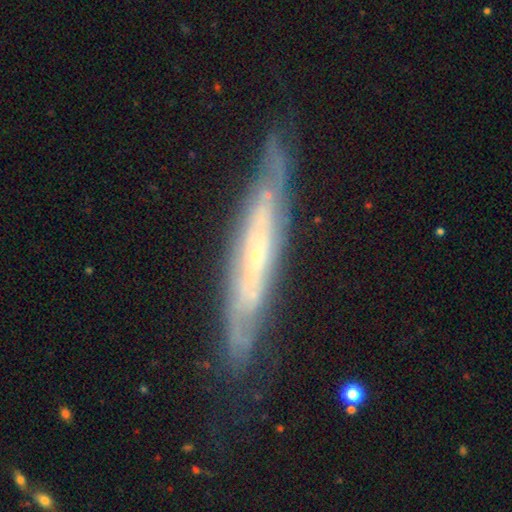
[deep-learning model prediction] smooth-or-featured: featured or disk: 79% | smooth: 15% | star or artifact: 6%
  disk-edge-on: yes: 52% | no: 48%
  merging: none: 77% | minor disturbance: 17% | major disturbance: 5% | merger: 2%